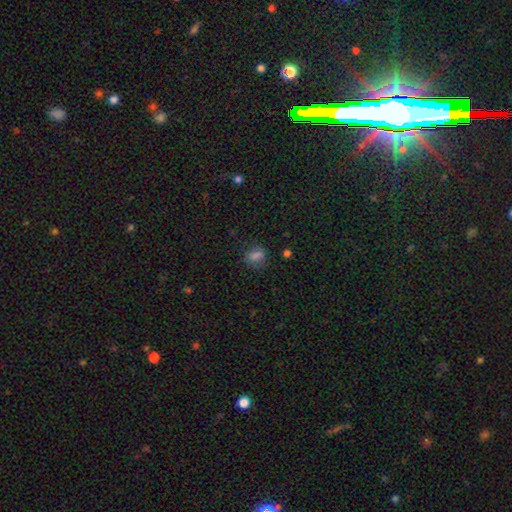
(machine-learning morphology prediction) This appears to be a smooth galaxy with no disk features (76%) that is in between round and cigar-shaped (54%). Merging: none (71%).